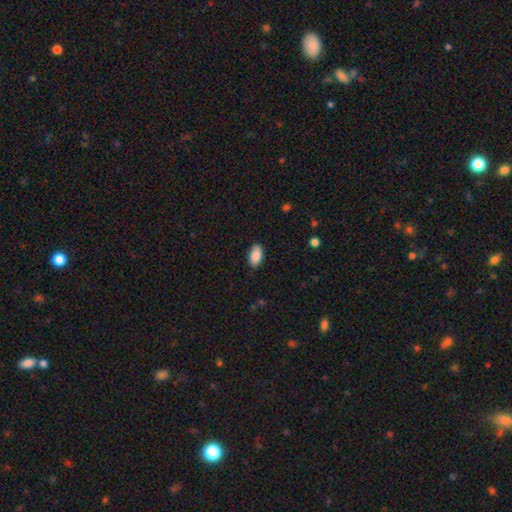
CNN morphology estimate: smooth 87%, star or artifact 7%, featured or disk 6%. Down the decision tree: how rounded — in between (94%); merging — none (83%).